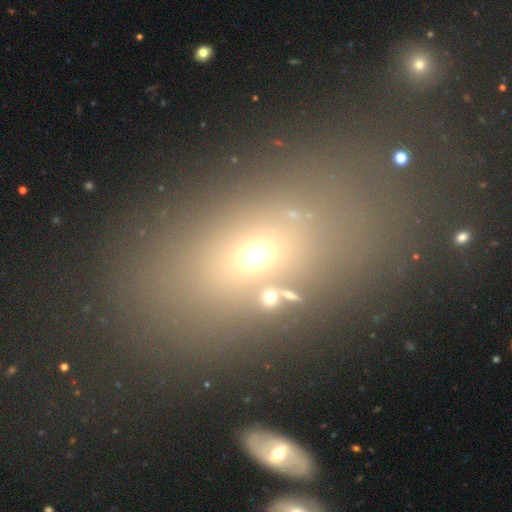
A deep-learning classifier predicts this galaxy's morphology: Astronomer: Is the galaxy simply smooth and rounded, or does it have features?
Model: smooth — 61%.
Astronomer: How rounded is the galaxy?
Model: in between — 82%.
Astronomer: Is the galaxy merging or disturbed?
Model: none — 71%.